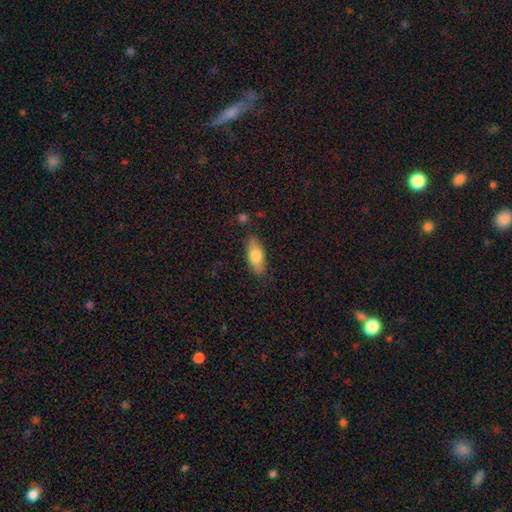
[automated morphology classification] Q: Smooth or featured?
A: smooth (70%); runner-up: featured or disk (23%)
Q: How rounded?
A: in between (76%); runner-up: cigar-shaped (21%)
Q: Merging?
A: none (82%); runner-up: minor disturbance (13%)